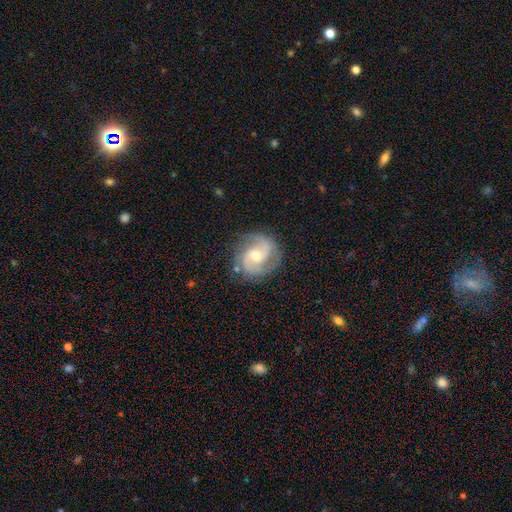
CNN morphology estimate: This is clearly a featured or disk galaxy (86%). It is clearly not viewed edge-on (98%). Bar: possibly no (50%). Spiral arm pattern: clearly yes (97%). Spiral arm count: clearly 2 (81%). Spiral winding: possibly medium (54%). Central bulge: possibly moderate (60%). Merging: likely none (79%).